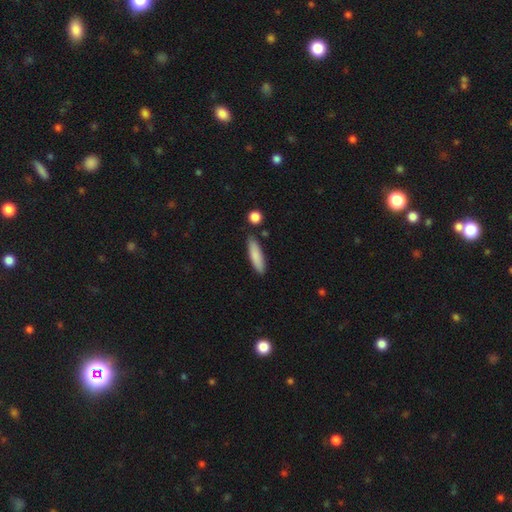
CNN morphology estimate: Overall: smooth (84%). How rounded: cigar-shaped (66%; in between 32%). Merging: none (82%).